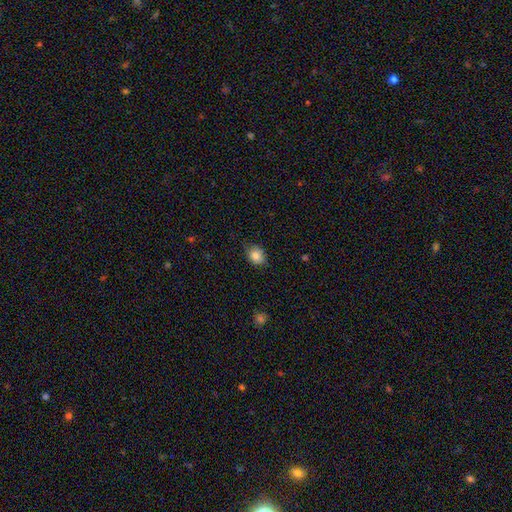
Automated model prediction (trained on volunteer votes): Smooth or featured? smooth (84%)
How rounded? in between (57%)
Merging? none (78%)